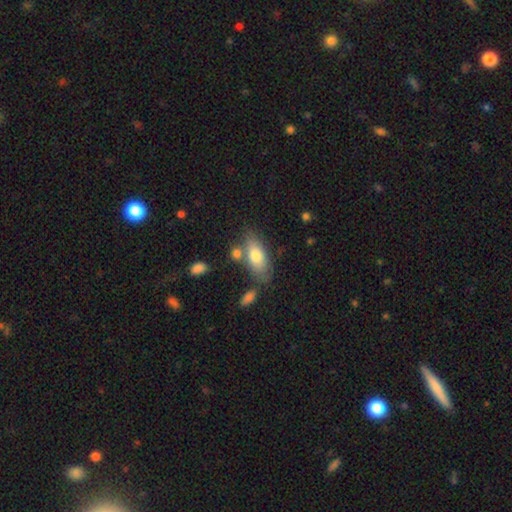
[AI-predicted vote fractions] Smooth or featured: smooth — 74% (featured or disk — 20%)
How rounded: in between — 84% (cigar-shaped — 12%)
Merging: none — 63% (minor disturbance — 17%)